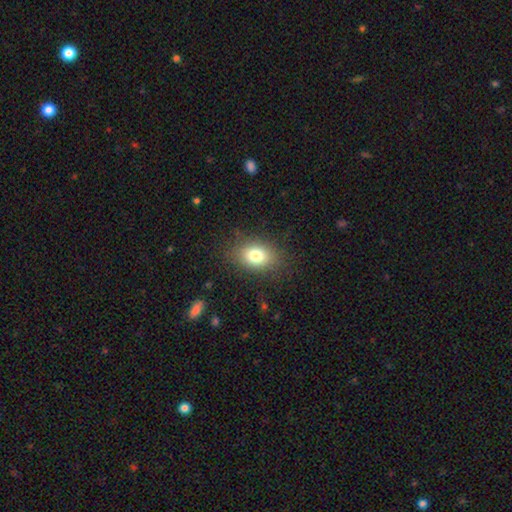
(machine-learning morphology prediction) A smooth galaxy with no disk features (78%) that is in between round and cigar-shaped (73%). Merging: none (83%).